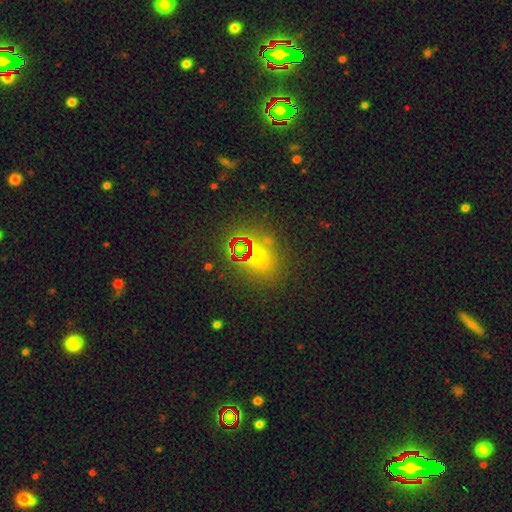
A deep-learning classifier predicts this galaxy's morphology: Overall: smooth (49%; star or artifact 40%). Merging: none (74%).